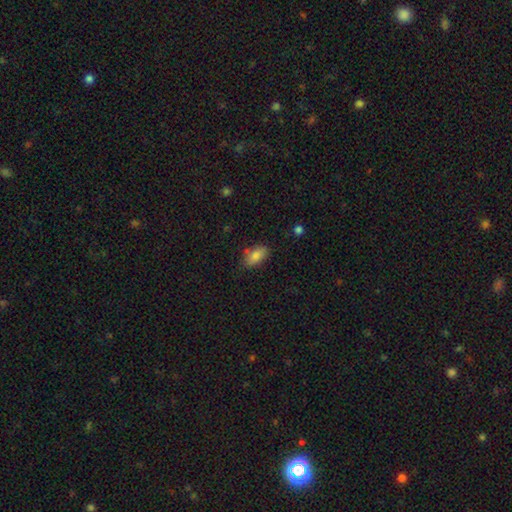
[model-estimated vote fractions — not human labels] This appears to be a smooth galaxy with no disk features (84%) that is in between round and cigar-shaped (91%). Merging: none (76%).